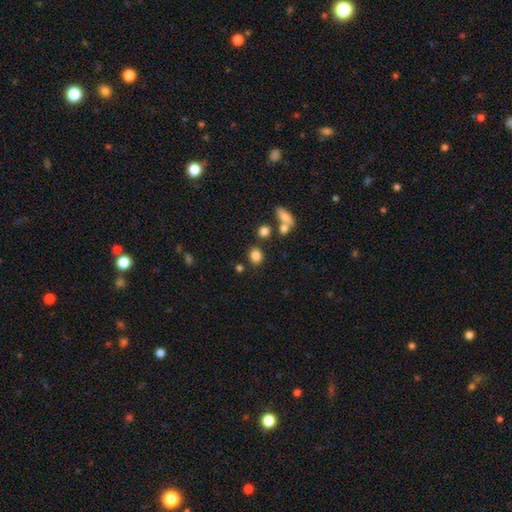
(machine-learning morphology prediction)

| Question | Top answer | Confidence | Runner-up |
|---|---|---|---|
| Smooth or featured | smooth | 82% | star or artifact (12%) |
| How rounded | round | 67% | in between (31%) |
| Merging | none | 76% | merger (10%) |